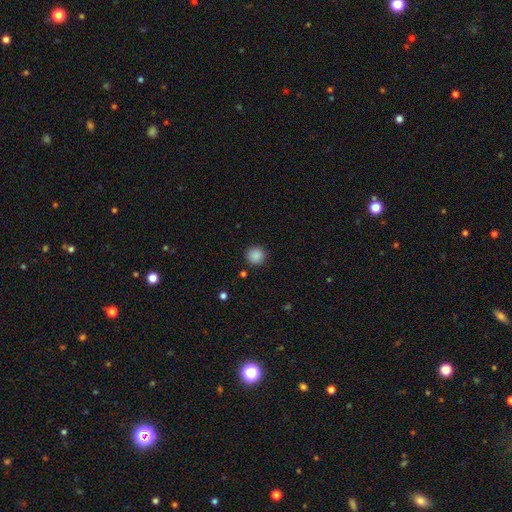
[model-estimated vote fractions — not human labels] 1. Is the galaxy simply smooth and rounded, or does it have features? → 88% smooth, 9% star or artifact, 3% featured or disk.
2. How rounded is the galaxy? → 95% round, 4% in between, 1% cigar-shaped.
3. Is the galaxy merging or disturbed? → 91% none, 6% minor disturbance, 2% major disturbance, 2% merger.